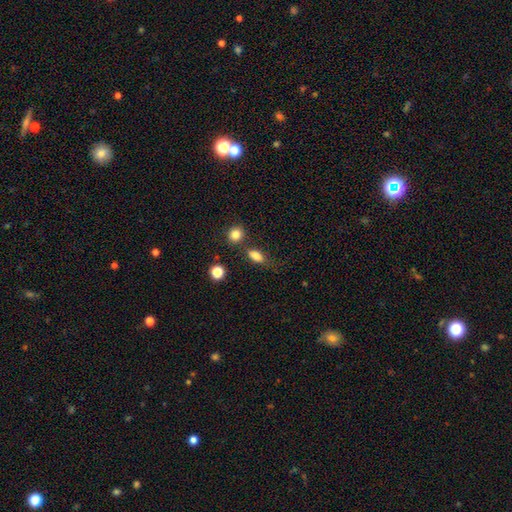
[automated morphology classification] smooth-or-featured: smooth: 82% | star or artifact: 10% | featured or disk: 7%
  how-rounded: in between: 78% | round: 14% | cigar-shaped: 8%
  merging: none: 62% | minor disturbance: 20% | merger: 11% | major disturbance: 8%